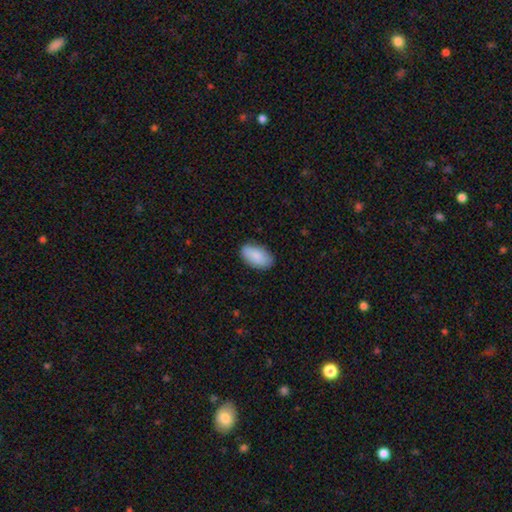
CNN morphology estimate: This is clearly a smooth galaxy (86%). How rounded: clearly in between (95%). Merging: clearly none (84%).